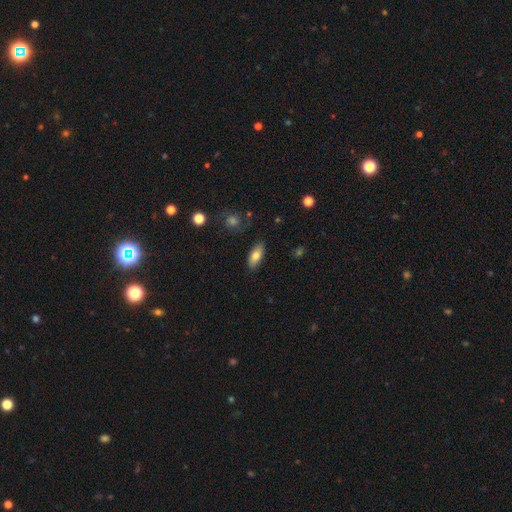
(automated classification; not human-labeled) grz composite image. It shows a smooth galaxy with no disk features (78%) that is in between round and cigar-shaped (83%). Merging: none (85%).